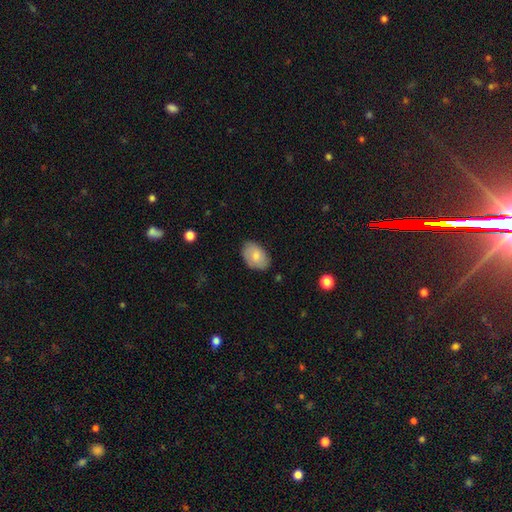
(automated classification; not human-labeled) Smooth or featured: smooth — 78% (featured or disk — 16%)
How rounded: in between — 88% (round — 11%)
Merging: none — 80% (minor disturbance — 16%)